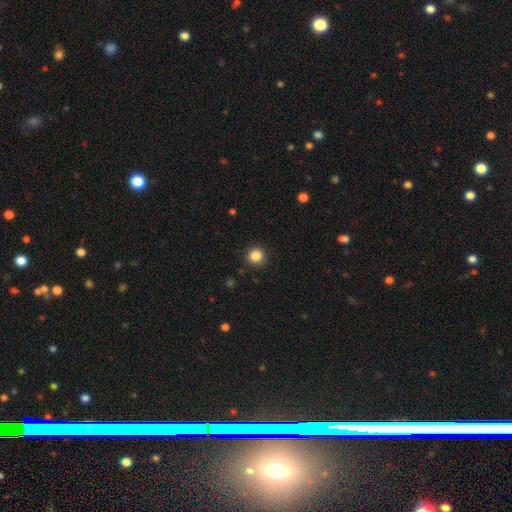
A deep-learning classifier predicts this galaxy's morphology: smooth_or_featured: smooth (p=0.86) [alt: star or artifact p=0.11]
how_rounded: round (p=0.95) [alt: in between p=0.05]
merging: none (p=0.91) [alt: minor disturbance p=0.06]